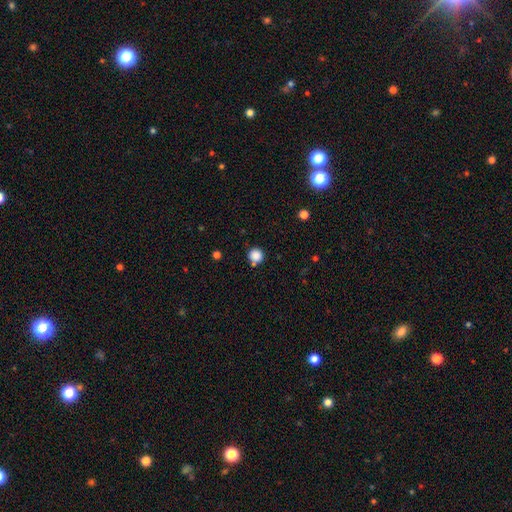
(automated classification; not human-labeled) A smooth galaxy with no disk features (85%) that is round (93%).

Vote fractions:
- Smooth or featured? smooth: 85% / star or artifact: 11% / featured or disk: 4%
- How rounded? round: 93% / in between: 6% / cigar-shaped: 1%
- Merging? none: 78% / minor disturbance: 10% / merger: 9% / major disturbance: 3%